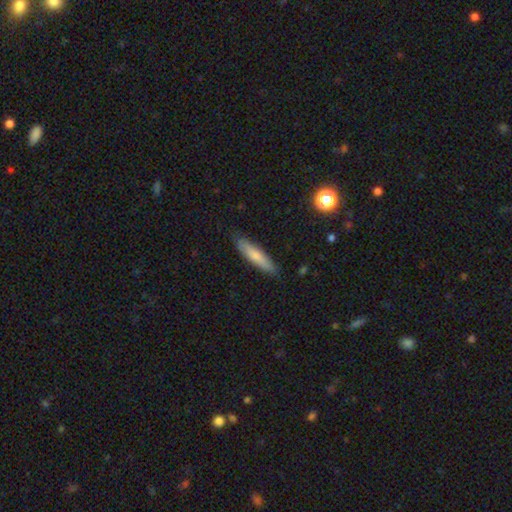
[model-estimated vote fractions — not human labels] Q: Smooth or featured?
A: smooth (73%); runner-up: featured or disk (21%)
Q: How rounded?
A: cigar-shaped (82%); runner-up: in between (17%)
Q: Merging?
A: none (86%); runner-up: minor disturbance (11%)